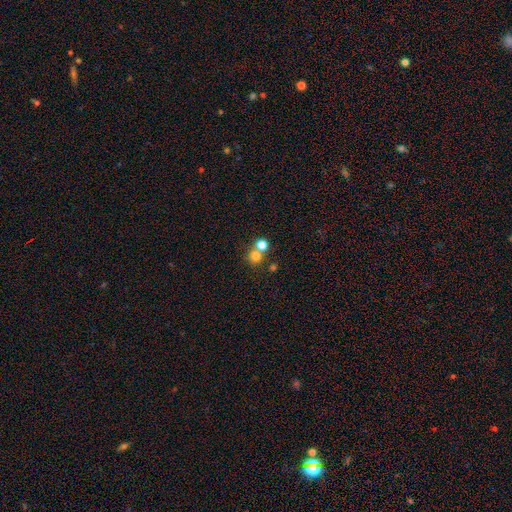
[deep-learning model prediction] Q: Smooth or featured?
A: smooth (76%); runner-up: star or artifact (14%)
Q: How rounded?
A: round (88%); runner-up: in between (11%)
Q: Merging?
A: none (50%); runner-up: merger (42%)